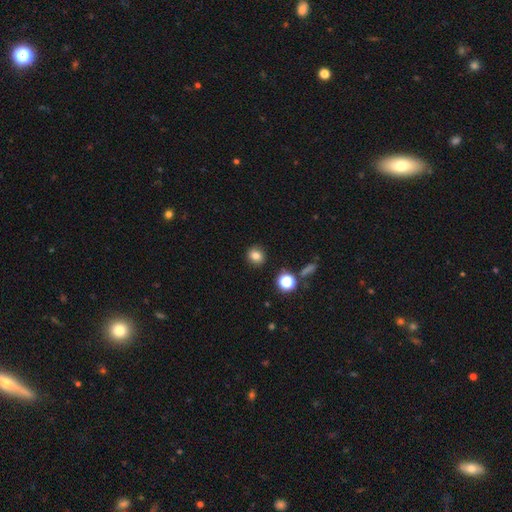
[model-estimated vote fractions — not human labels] Smooth or featured: smooth — 80% (star or artifact — 14%)
How rounded: round — 82% (in between — 17%)
Merging: none — 89% (minor disturbance — 7%)